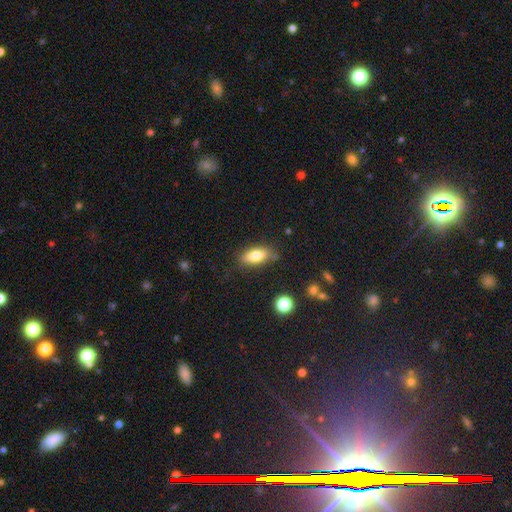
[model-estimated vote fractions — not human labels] Smooth or featured: smooth — 79% (featured or disk — 14%)
How rounded: in between — 84% (cigar-shaped — 13%)
Merging: none — 79% (minor disturbance — 15%)